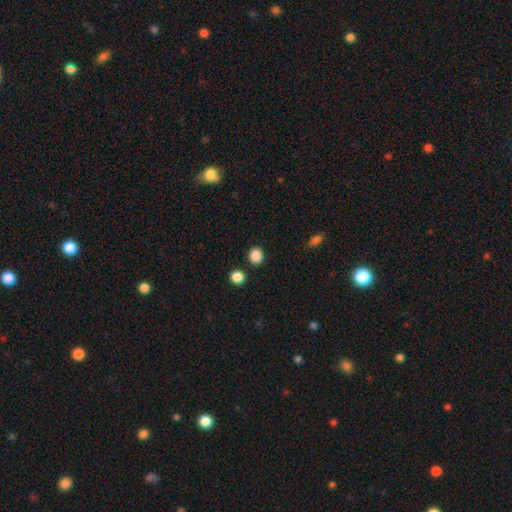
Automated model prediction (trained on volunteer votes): smooth-or-featured: smooth: 87% | star or artifact: 10% | featured or disk: 3%
  how-rounded: round: 79% | in between: 20% | cigar-shaped: 1%
  merging: none: 87% | minor disturbance: 7% | merger: 4% | major disturbance: 2%